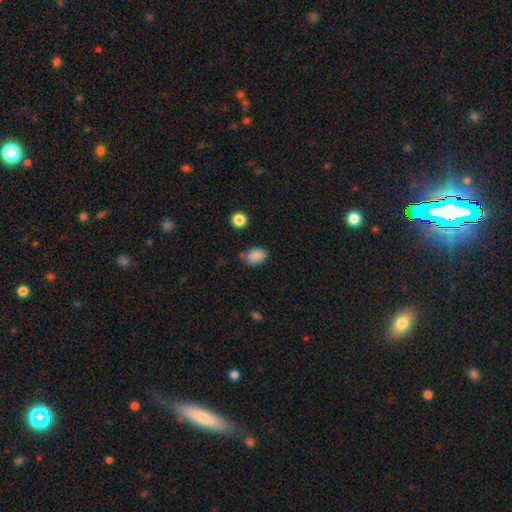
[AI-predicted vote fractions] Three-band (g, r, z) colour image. It shows a smooth galaxy with no disk features (87%) that is in between round and cigar-shaped (78%). Merging: none (72%).